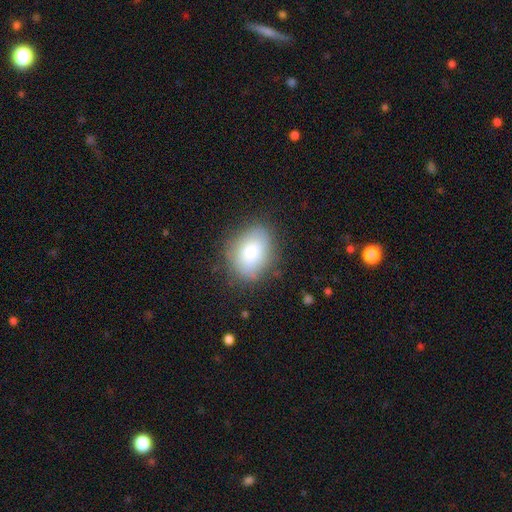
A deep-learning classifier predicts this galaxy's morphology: Q: Smooth or featured?
A: smooth (76%); runner-up: featured or disk (15%)
Q: How rounded?
A: in between (68%); runner-up: round (31%)
Q: Merging?
A: none (75%); runner-up: minor disturbance (18%)